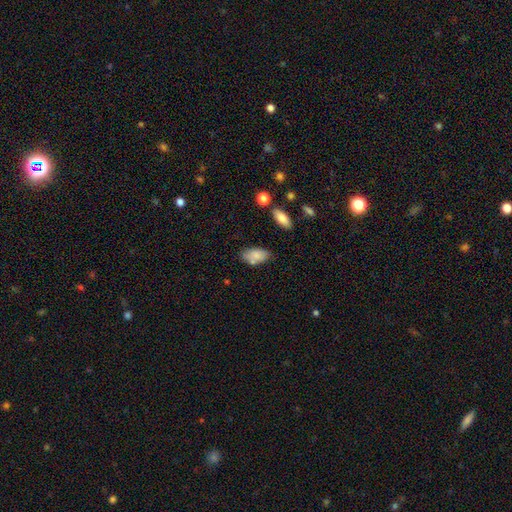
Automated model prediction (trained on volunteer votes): Smooth or featured? smooth (80%)
How rounded? in between (93%)
Merging? none (65%)